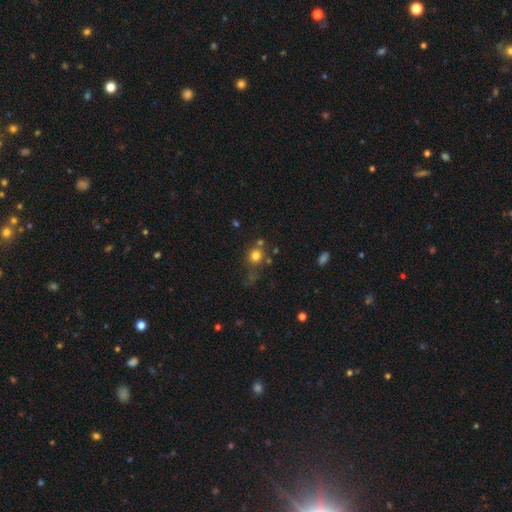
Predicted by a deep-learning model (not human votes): Smooth or featured? smooth (77%)
How rounded? round (86%)
Merging? none (64%)